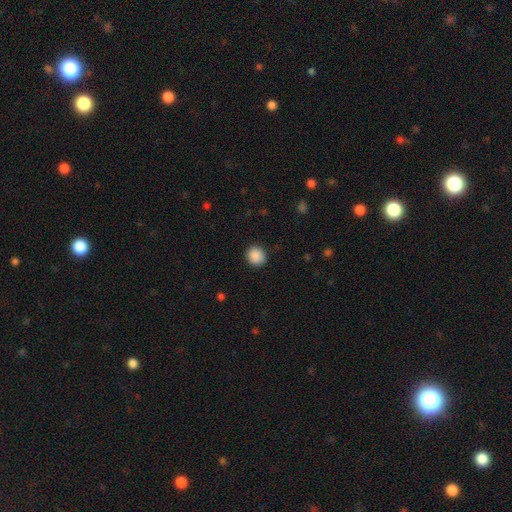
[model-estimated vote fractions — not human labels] smooth_or_featured: smooth (p=0.89) [alt: star or artifact p=0.08]
how_rounded: round (p=0.85) [alt: in between p=0.14]
merging: none (p=0.90) [alt: minor disturbance p=0.07]